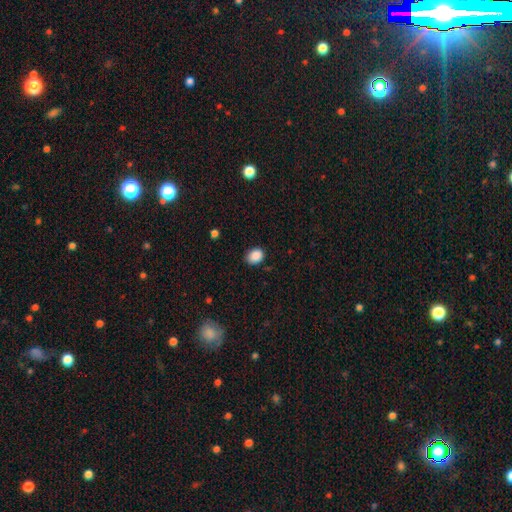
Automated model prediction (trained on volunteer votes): The model was most divided on "how rounded": in between: 61%, round: 38%, cigar-shaped: 1%. More confident: smooth or featured — smooth (88%); merging — none (82%).